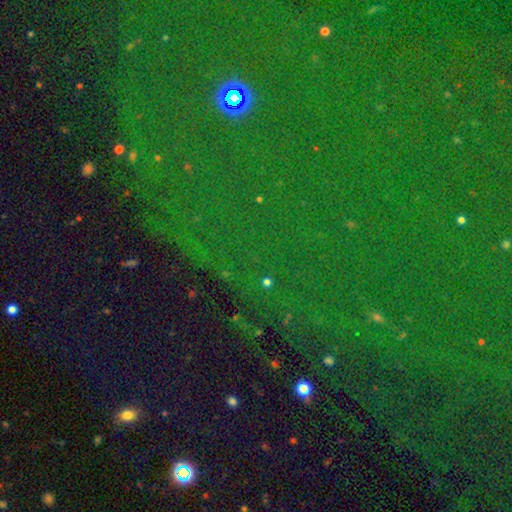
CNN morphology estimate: This appears to be a star or artifact, not a galaxy (85%).